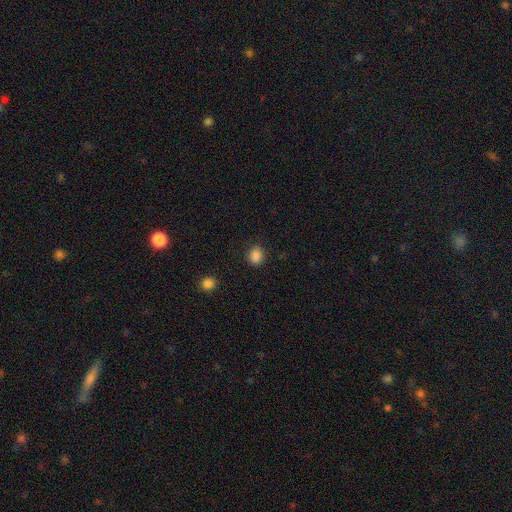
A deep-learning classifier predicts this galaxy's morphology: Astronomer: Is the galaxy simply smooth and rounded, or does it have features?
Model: smooth — 87%.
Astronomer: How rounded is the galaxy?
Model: round — 71%.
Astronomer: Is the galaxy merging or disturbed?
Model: none — 88%.